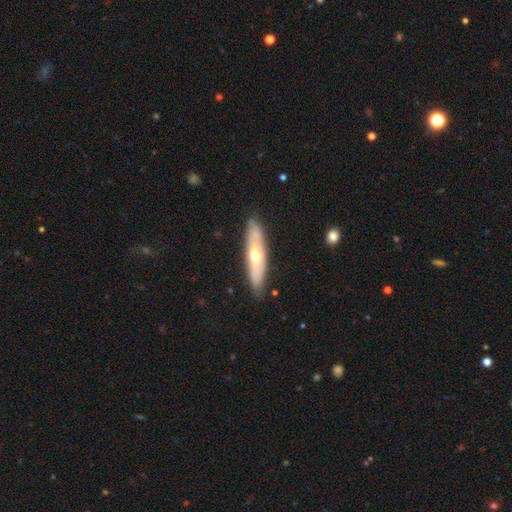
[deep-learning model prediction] Morphology: type=smooth (47%, tied with featured or disk); merging=none (81%).